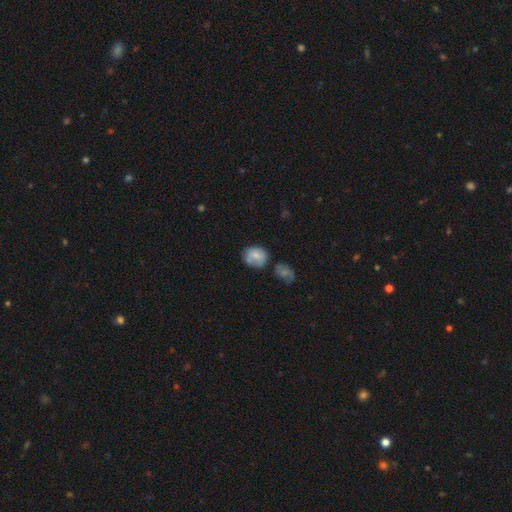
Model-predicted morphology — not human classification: Smooth or featured?
  - smooth: 70% *
  - featured or disk: 22%
  - star or artifact: 8%
How rounded?
  - round: 66% *
  - in between: 33%
  - cigar-shaped: 1%
Merging?
  - none: 53% *
  - minor disturbance: 28%
  - merger: 10%
  - major disturbance: 9%